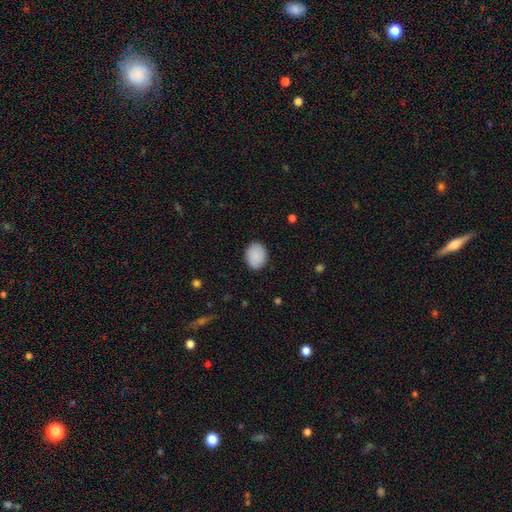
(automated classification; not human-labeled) smooth_or_featured: smooth (p=0.90) [alt: star or artifact p=0.07]
how_rounded: round (p=0.50) [alt: in between p=0.49]
merging: none (p=0.88) [alt: minor disturbance p=0.09]